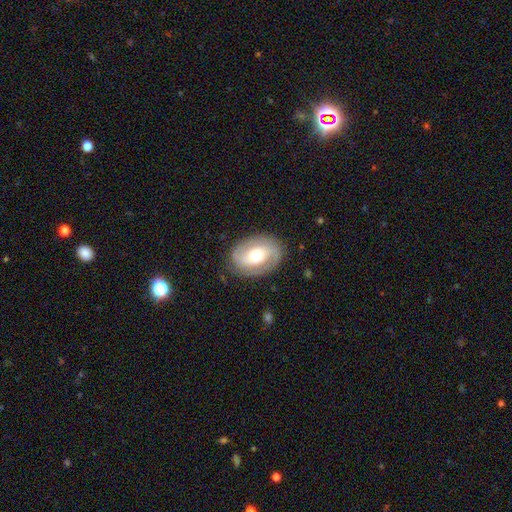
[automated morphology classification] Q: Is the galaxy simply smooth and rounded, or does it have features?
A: featured or disk — 70%.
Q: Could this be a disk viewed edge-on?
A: no — 96%.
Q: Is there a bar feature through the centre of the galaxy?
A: no — 47%.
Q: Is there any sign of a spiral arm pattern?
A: yes — 84%.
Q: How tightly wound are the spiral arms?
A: tight — 44%.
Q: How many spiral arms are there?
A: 2 — 84%.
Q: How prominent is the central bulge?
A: moderate — 58%.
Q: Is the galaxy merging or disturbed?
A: none — 82%.